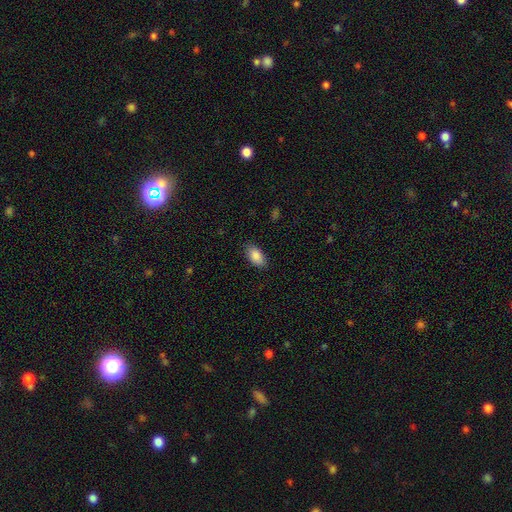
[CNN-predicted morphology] A smooth galaxy with no disk features (88%) that is in between round and cigar-shaped (93%).

Vote fractions:
- Smooth or featured? smooth: 88% / star or artifact: 7% / featured or disk: 5%
- How rounded? in between: 93% / round: 4% / cigar-shaped: 3%
- Merging? none: 86% / minor disturbance: 11% / major disturbance: 3% / merger: 1%